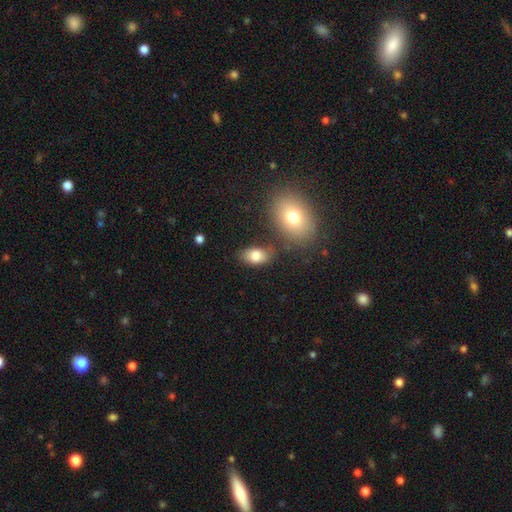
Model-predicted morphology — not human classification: Smooth or featured? Predicted: smooth (p=0.81). How rounded? Predicted: in between (p=0.90). Merging? Predicted: none (p=0.70).